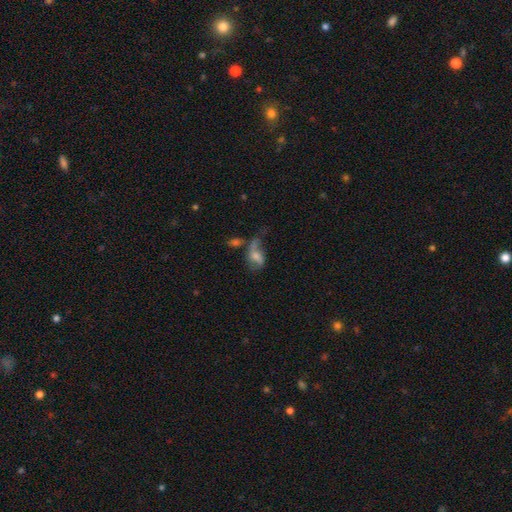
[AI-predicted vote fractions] smooth_or_featured: featured or disk (p=0.46) [alt: smooth p=0.43]
merging: major disturbance (p=0.30) [alt: none p=0.27]